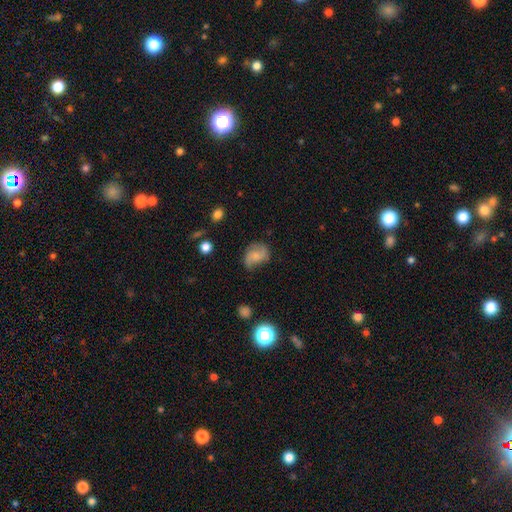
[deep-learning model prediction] The model was most divided on "bulge size": small: 46%, moderate: 26%, none: 23%, large: 3%, dominant: 1%. More confident: edge-on disk — no (97%); spiral arms — yes (90%); bar — no (63%); merging — none (59%); smooth or featured — featured or disk (56%).